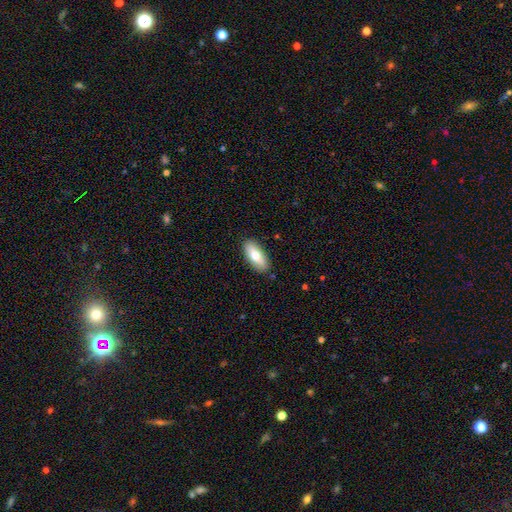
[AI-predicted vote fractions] This appears to be a smooth galaxy with no disk features (74%) that is in between round and cigar-shaped (79%). Merging: none (88%).